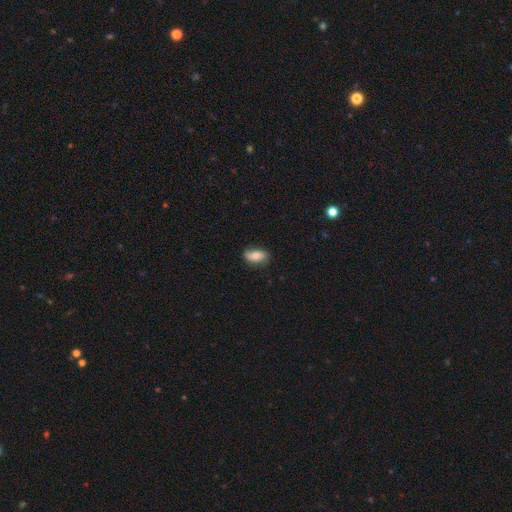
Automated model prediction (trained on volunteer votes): Smooth or featured: smooth — 59% (featured or disk — 33%)
How rounded: in between — 86% (cigar-shaped — 8%)
Merging: none — 75% (minor disturbance — 20%)